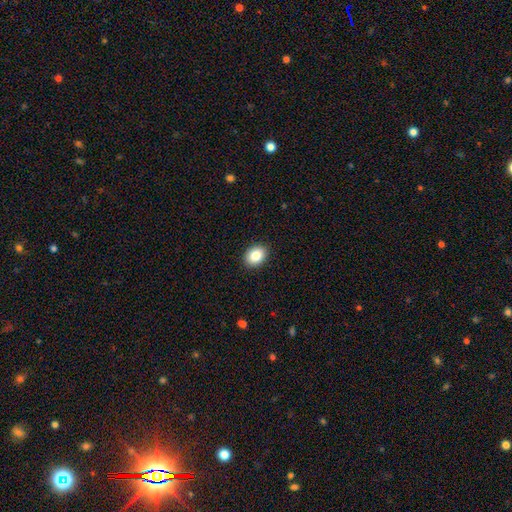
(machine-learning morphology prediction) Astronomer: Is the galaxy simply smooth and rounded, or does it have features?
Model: smooth — 86%.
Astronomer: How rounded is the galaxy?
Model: in between — 65%.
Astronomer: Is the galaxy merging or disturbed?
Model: none — 91%.